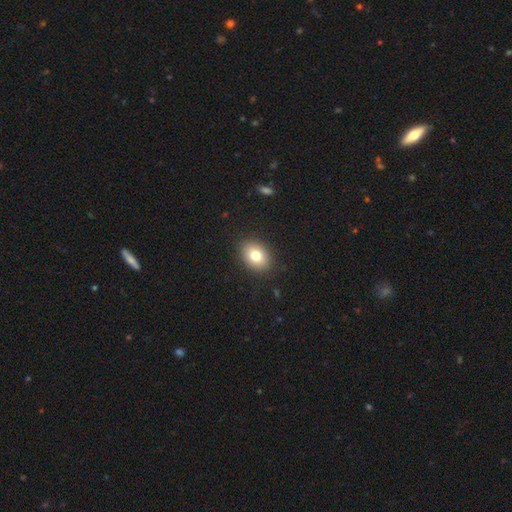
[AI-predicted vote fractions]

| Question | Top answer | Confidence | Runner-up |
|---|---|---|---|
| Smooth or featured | smooth | 79% | featured or disk (12%) |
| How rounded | in between | 67% | round (33%) |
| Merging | none | 88% | minor disturbance (9%) |